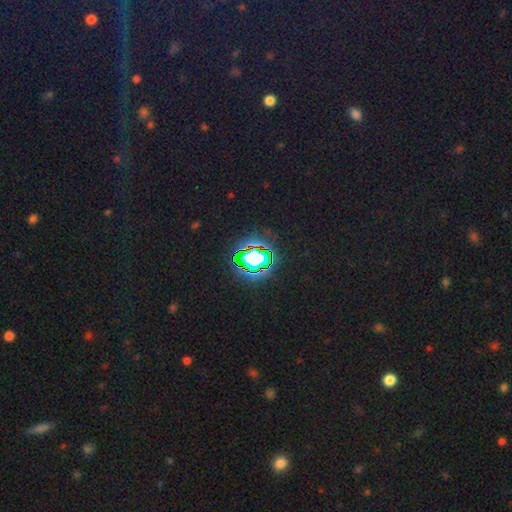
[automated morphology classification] This appears to be a star or artifact, not a galaxy (80%).